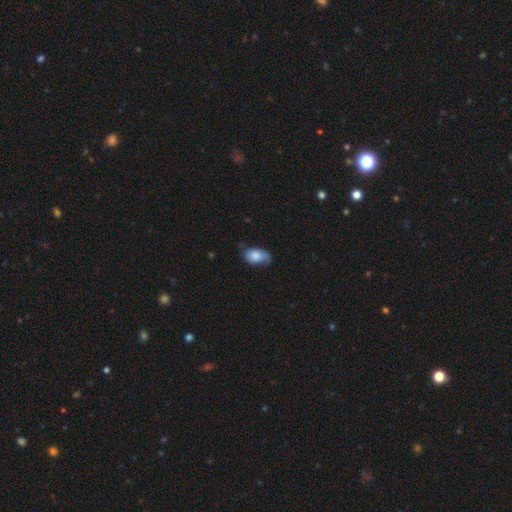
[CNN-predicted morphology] Q: Smooth or featured?
A: smooth (75%); runner-up: featured or disk (18%)
Q: How rounded?
A: in between (89%); runner-up: round (9%)
Q: Merging?
A: none (51%); runner-up: minor disturbance (36%)